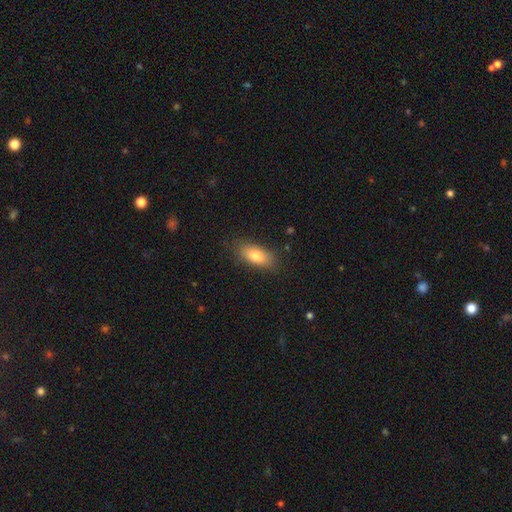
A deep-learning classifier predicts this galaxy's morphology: Overall: smooth (79%). How rounded: in between (84%). Merging: none (83%).